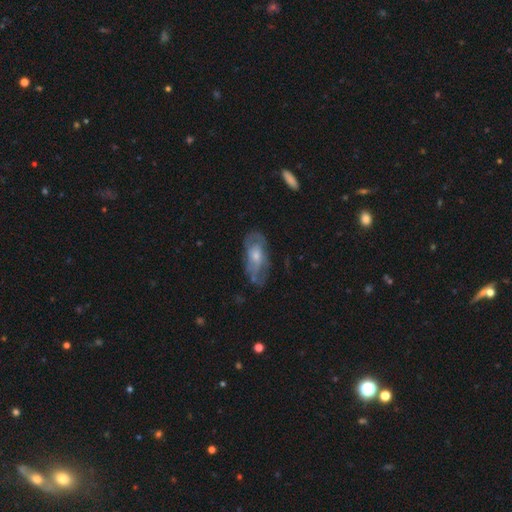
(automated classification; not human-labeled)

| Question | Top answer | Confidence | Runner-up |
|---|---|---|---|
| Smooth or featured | featured or disk | 63% | smooth (30%) |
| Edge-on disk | no | 88% | yes (12%) |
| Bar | no | 74% | weak (22%) |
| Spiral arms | yes | 65% | no (35%) |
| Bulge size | moderate | 47% | small (44%) |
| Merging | none | 65% | minor disturbance (23%) |